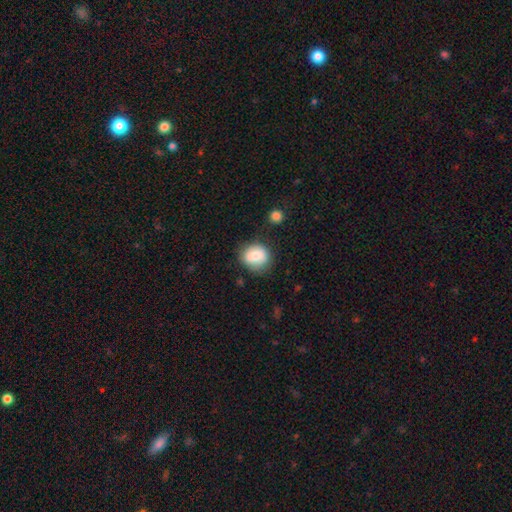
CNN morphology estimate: Q: Smooth or featured?
A: smooth (73%); runner-up: featured or disk (19%)
Q: How rounded?
A: round (80%); runner-up: in between (19%)
Q: Merging?
A: none (76%); runner-up: minor disturbance (17%)